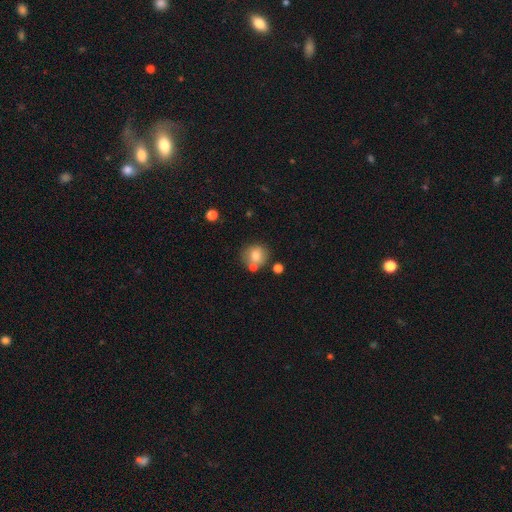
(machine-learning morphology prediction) smooth-or-featured: smooth: 75% | featured or disk: 14% | star or artifact: 10%
  how-rounded: round: 88% | in between: 11% | cigar-shaped: 1%
  merging: none: 65% | merger: 19% | minor disturbance: 12% | major disturbance: 4%